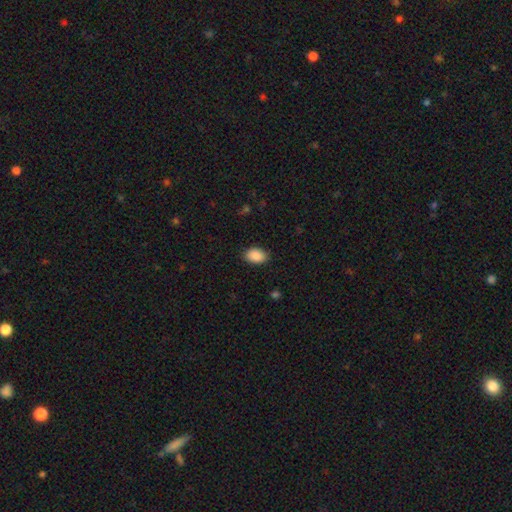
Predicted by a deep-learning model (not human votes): Smooth or featured: smooth — 90% (star or artifact — 7%)
How rounded: in between — 87% (round — 12%)
Merging: none — 87% (minor disturbance — 9%)